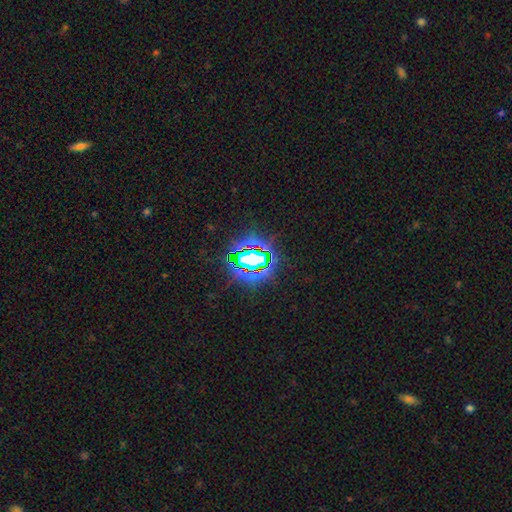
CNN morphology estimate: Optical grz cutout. It shows a star or artifact, not a galaxy (78%).